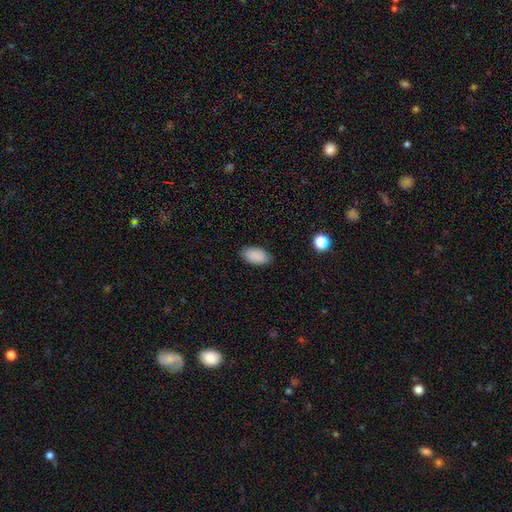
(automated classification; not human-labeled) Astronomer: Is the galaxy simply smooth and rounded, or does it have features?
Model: smooth — 89%.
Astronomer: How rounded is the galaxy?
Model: in between — 95%.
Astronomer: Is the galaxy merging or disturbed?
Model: none — 86%.